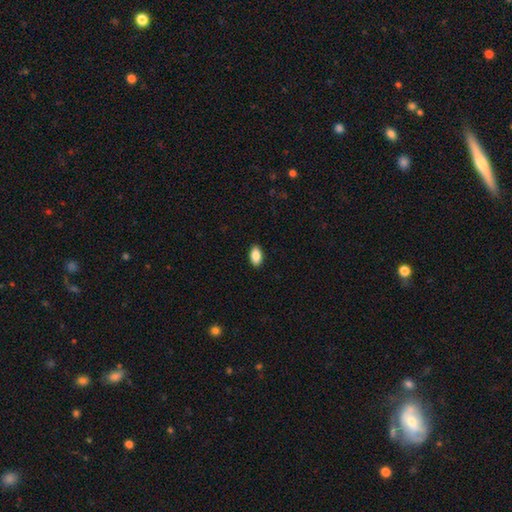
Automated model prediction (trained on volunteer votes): Smooth or featured? smooth (86%)
How rounded? in between (93%)
Merging? none (91%)